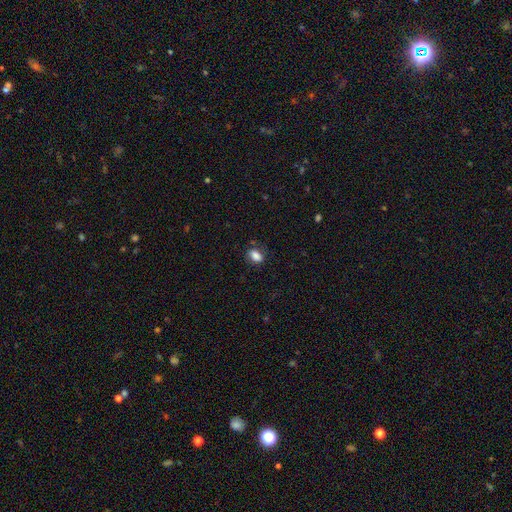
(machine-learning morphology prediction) Q: Smooth or featured?
A: smooth (84%); runner-up: star or artifact (9%)
Q: How rounded?
A: in between (80%); runner-up: round (18%)
Q: Merging?
A: none (76%); runner-up: minor disturbance (18%)